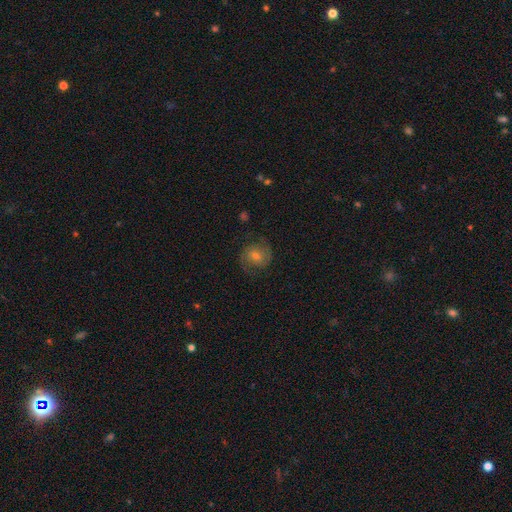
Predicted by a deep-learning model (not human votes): smooth-or-featured: featured or disk: 65% | smooth: 26% | star or artifact: 9%
  disk-edge-on: no: 98% | yes: 2%
    bar: no: 64% | weak: 30% | strong: 6%
    has-spiral-arms: yes: 92% | no: 8%
      spiral-winding: medium: 51% | tight: 26% | loose: 24%
      spiral-arm-count: 2: 89% | can't tell: 5% | 1: 2% | 3: 1% | 4: 1% | more than 4: 1%
    bulge-size: moderate: 50% | small: 41% | large: 5% | none: 3% | dominant: 1%
  merging: none: 76% | minor disturbance: 15% | major disturbance: 8% | merger: 1%